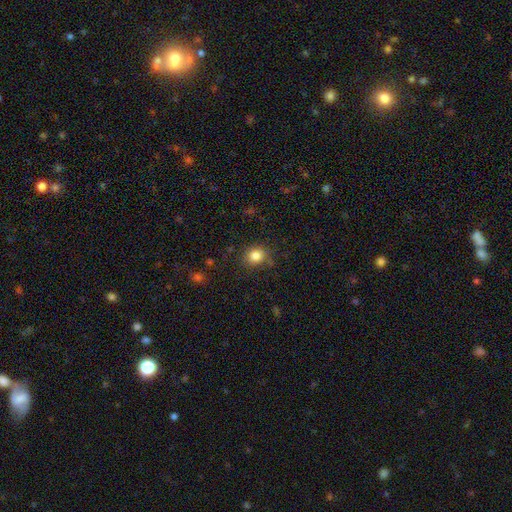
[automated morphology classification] Smooth or featured: smooth — 83% (star or artifact — 11%)
How rounded: round — 72% (in between — 27%)
Merging: none — 82% (minor disturbance — 13%)